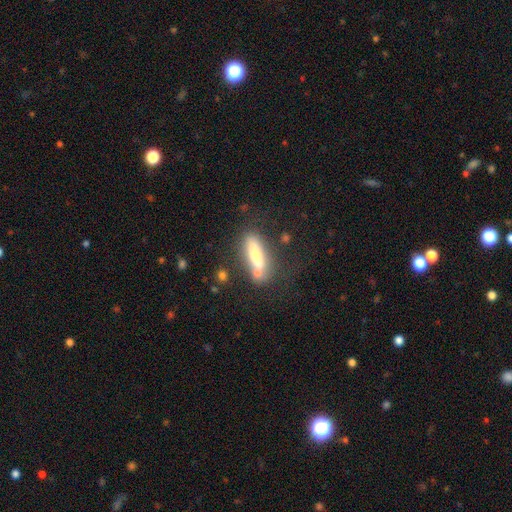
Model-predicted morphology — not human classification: A smooth galaxy with no disk features (52%) that is cigar-shaped (57%).

Vote fractions:
- Smooth or featured? smooth: 52% / featured or disk: 41% / star or artifact: 7%
- How rounded? cigar-shaped: 57% / in between: 40% / round: 3%
- Merging? none: 62% / merger: 16% / minor disturbance: 15% / major disturbance: 7%